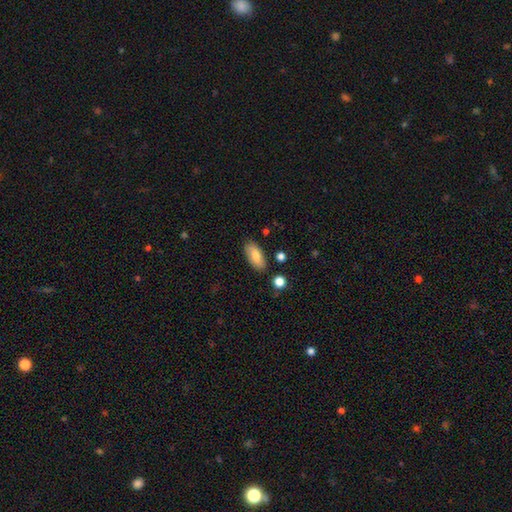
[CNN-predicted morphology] This appears to be a smooth galaxy with no disk features (77%) that is in between round and cigar-shaped (88%). Merging: none (83%).